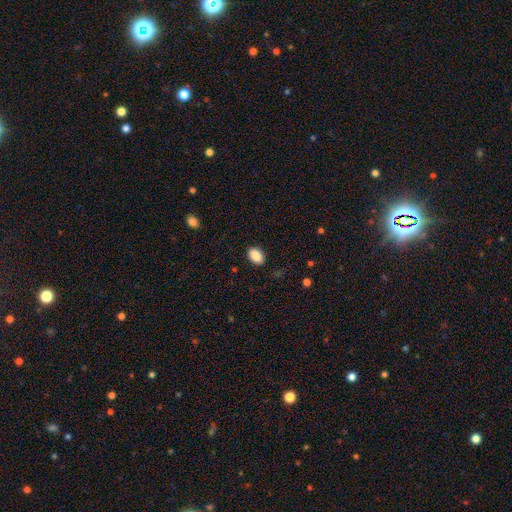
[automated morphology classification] smooth-or-featured: smooth: 89% | star or artifact: 7% | featured or disk: 4%
  how-rounded: in between: 89% | round: 9% | cigar-shaped: 1%
  merging: none: 87% | minor disturbance: 9% | major disturbance: 2% | merger: 1%